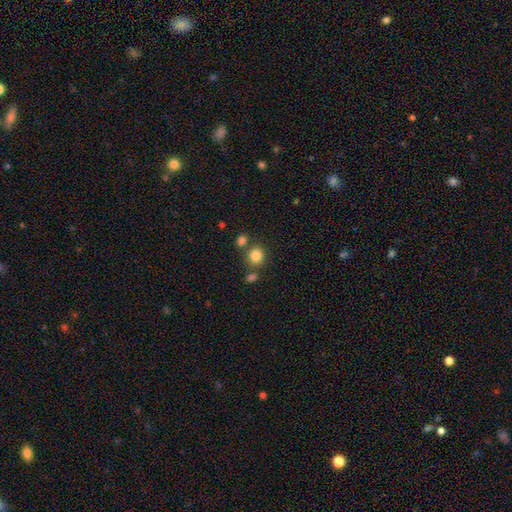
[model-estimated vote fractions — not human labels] Overall: smooth (83%). How rounded: round (83%). Merging: none (71%).